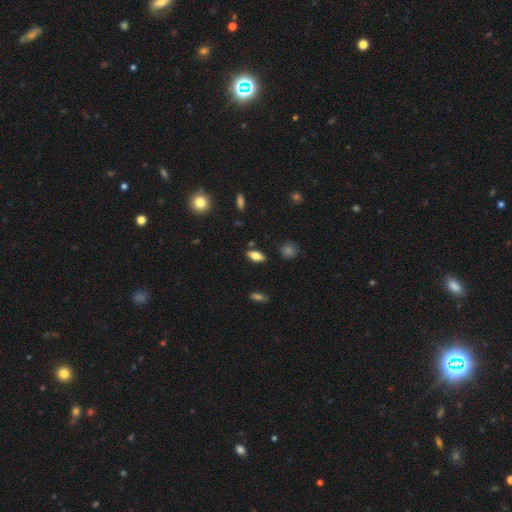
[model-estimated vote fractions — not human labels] A smooth galaxy with no disk features (72%) that is in between round and cigar-shaped (83%).

Vote fractions:
- Smooth or featured? smooth: 72% / featured or disk: 19% / star or artifact: 9%
- How rounded? in between: 83% / cigar-shaped: 12% / round: 4%
- Merging? none: 83% / minor disturbance: 11% / merger: 3% / major disturbance: 3%